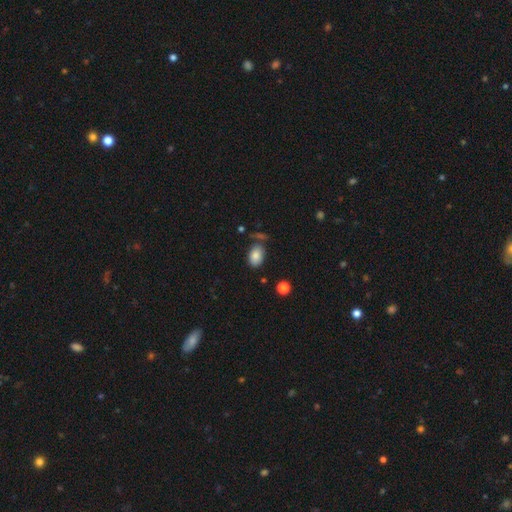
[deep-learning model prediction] This appears to be a smooth galaxy with no disk features (84%) that is in between round and cigar-shaped (84%). Merging: none (69%).